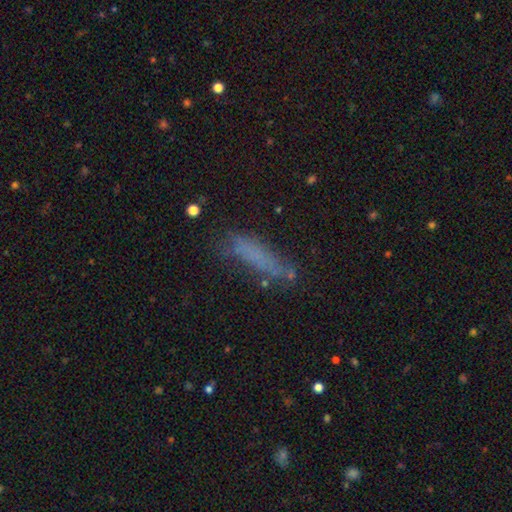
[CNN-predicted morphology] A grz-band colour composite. It shows a smooth galaxy with no disk features (63%) that is cigar-shaped (74%). Merging: none (60%).